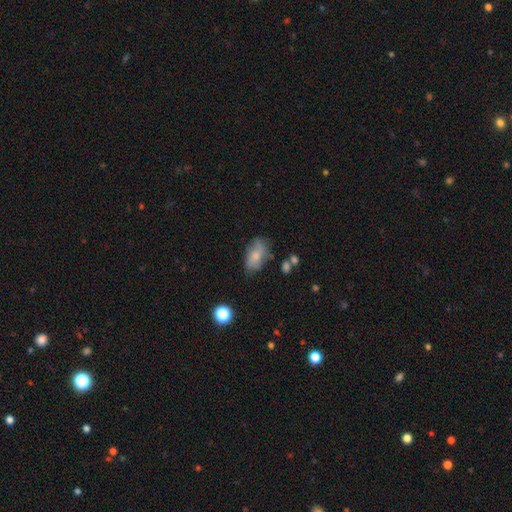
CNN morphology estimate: Overall: smooth (69%). How rounded: in between (91%). Merging: none (58%; minor disturbance 28%).